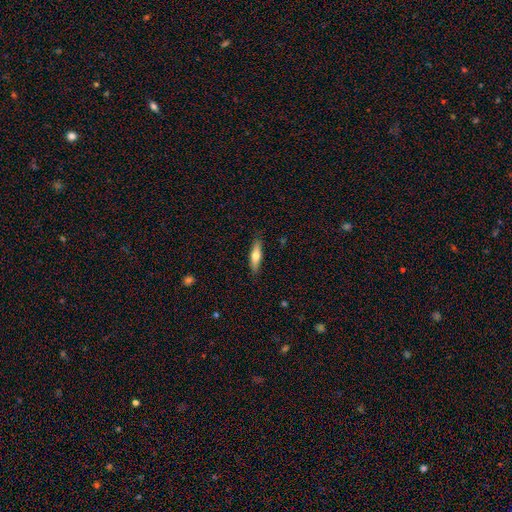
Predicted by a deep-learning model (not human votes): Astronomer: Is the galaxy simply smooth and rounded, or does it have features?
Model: smooth — 62%.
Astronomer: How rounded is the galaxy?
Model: cigar-shaped — 66%.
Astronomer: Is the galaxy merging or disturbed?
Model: none — 88%.